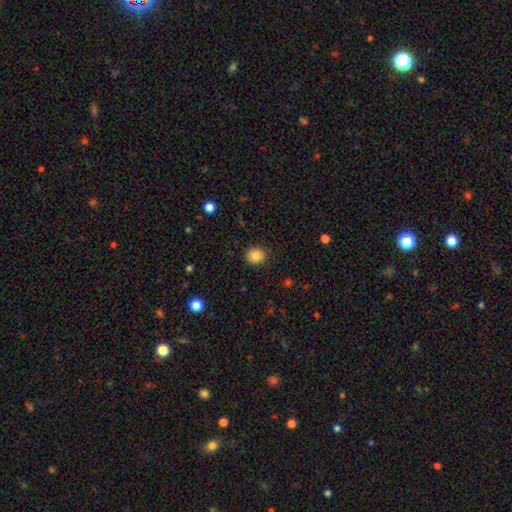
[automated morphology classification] Smooth or featured?
  - smooth: 85% *
  - star or artifact: 10%
  - featured or disk: 5%
How rounded?
  - round: 78% *
  - in between: 21%
  - cigar-shaped: 1%
Merging?
  - none: 88% *
  - minor disturbance: 8%
  - major disturbance: 2%
  - merger: 1%